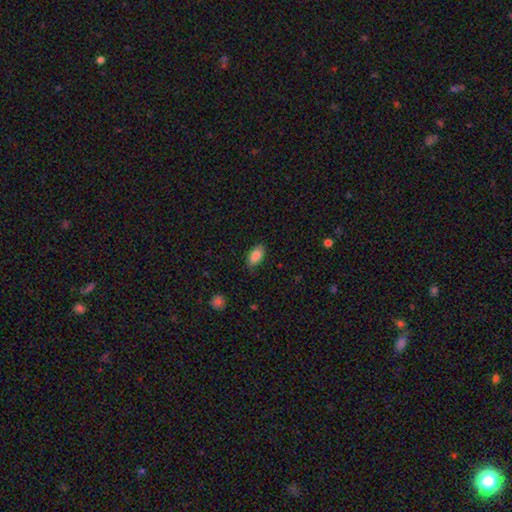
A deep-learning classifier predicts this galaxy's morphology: smooth 85%, featured or disk 8%, star or artifact 7%. Down the decision tree: how rounded — in between (92%); merging — none (78%).